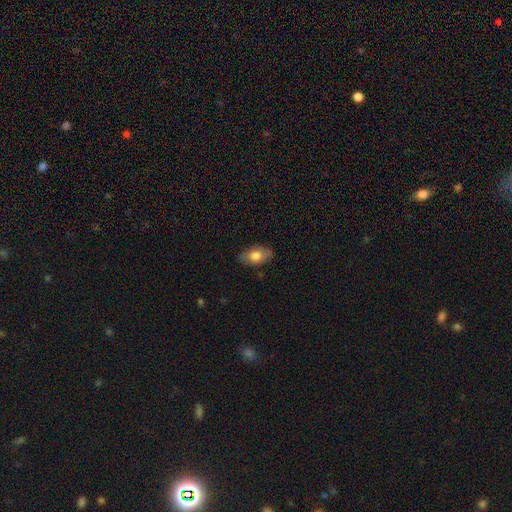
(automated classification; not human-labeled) Overall: smooth (72%). How rounded: in between (91%). Merging: none (80%).